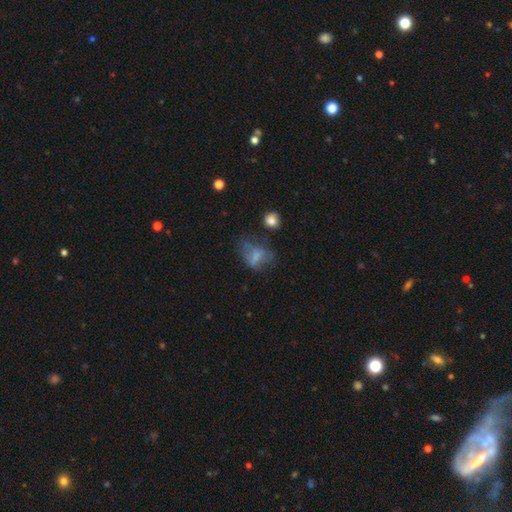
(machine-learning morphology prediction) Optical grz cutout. It shows a smooth galaxy with no disk features (53%) that is in between round and cigar-shaped (75%). Merging: major disturbance (34%, tied with none).